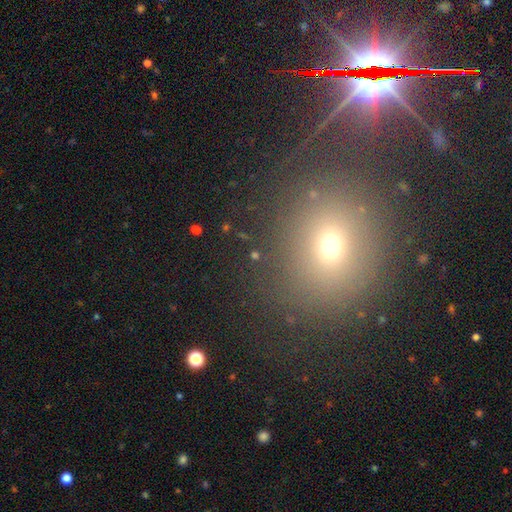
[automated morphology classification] Overall: smooth (52%; star or artifact 34%). How rounded: round (60%; in between 37%). Merging: none (79%).